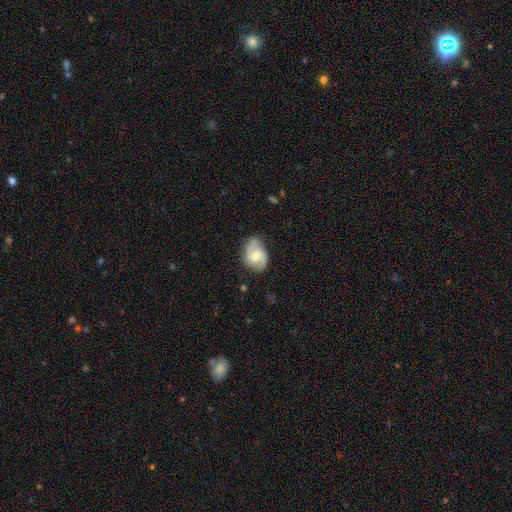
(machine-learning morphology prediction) Smooth or featured? featured or disk (74%)
Edge-on disk? no (97%)
Bar? weak (46%)
Spiral arms? yes (94%)
Spiral winding? medium (51%)
Spiral arm count? 2 (88%)
Bulge size? moderate (55%)
Merging? none (71%)